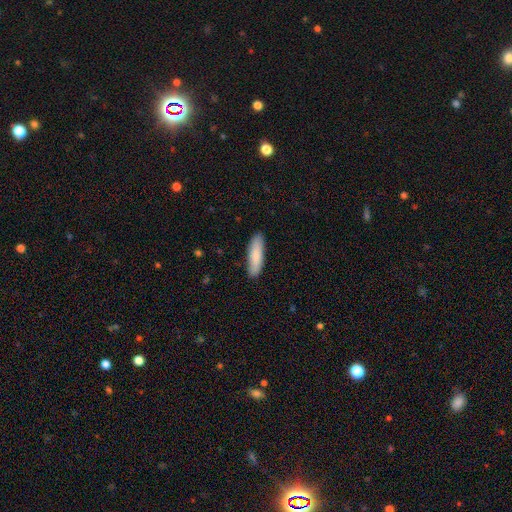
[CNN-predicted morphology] The model was most divided on "how rounded": cigar-shaped: 65%, in between: 33%, round: 1%. More confident: merging — none (88%); smooth or featured — smooth (84%).